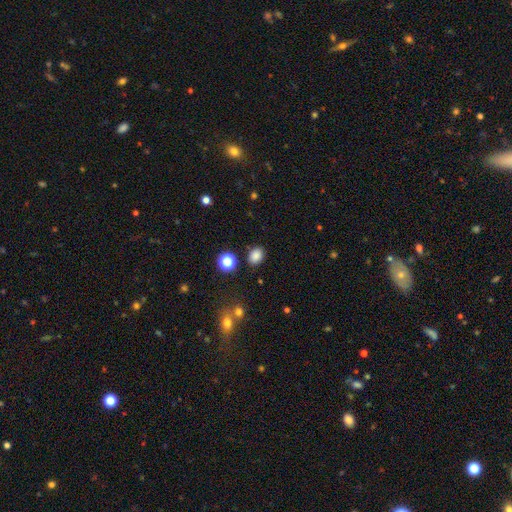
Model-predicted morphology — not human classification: smooth 82%, star or artifact 13%, featured or disk 4%. Down the decision tree: how rounded — in between (55%); merging — none (84%).